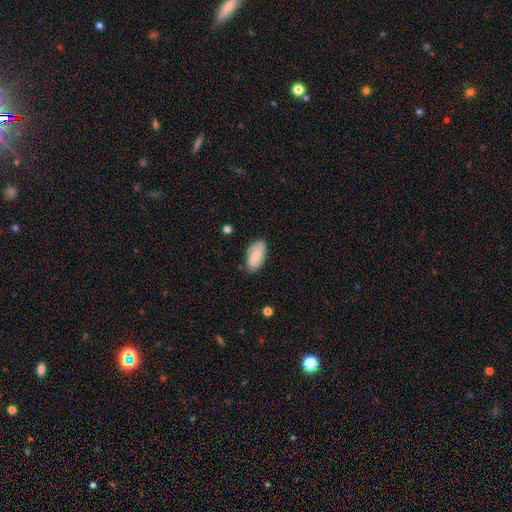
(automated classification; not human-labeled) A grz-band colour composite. It shows a smooth galaxy with no disk features (81%) that is in between round and cigar-shaped (94%). Merging: none (78%).